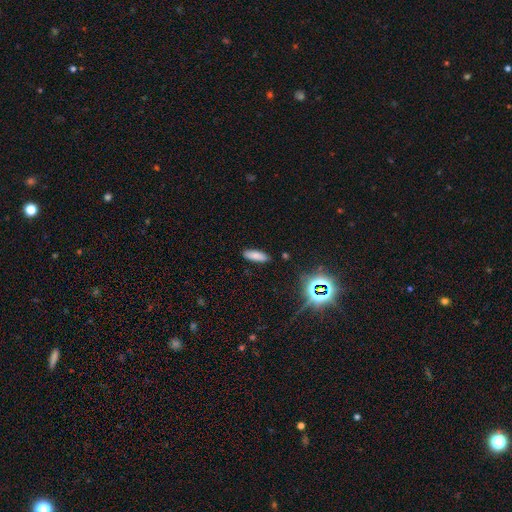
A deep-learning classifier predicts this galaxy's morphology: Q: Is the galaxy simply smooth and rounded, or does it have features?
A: smooth — 78%.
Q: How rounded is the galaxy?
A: in between — 56%.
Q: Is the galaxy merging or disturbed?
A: none — 87%.